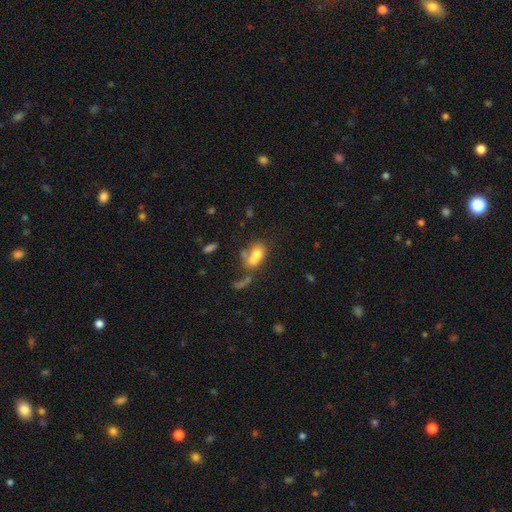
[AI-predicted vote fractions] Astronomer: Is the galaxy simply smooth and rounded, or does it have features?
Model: smooth — 66%.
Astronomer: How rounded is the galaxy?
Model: in between — 72%.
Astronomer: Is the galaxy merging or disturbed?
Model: merger — 55%.